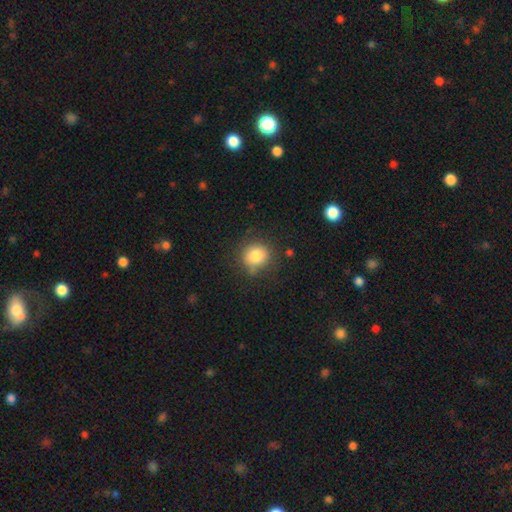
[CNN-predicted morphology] Q: Smooth or featured?
A: smooth (81%); runner-up: star or artifact (10%)
Q: How rounded?
A: round (86%); runner-up: in between (13%)
Q: Merging?
A: none (75%); runner-up: minor disturbance (17%)